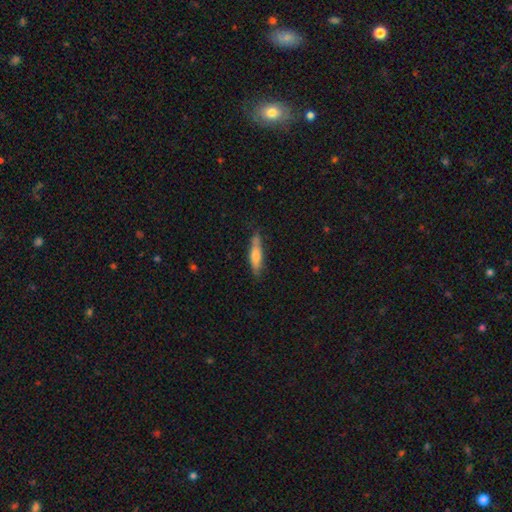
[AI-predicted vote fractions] smooth 59%, featured or disk 35%, star or artifact 6%. Down the decision tree: how rounded — cigar-shaped (80%); merging — none (79%).